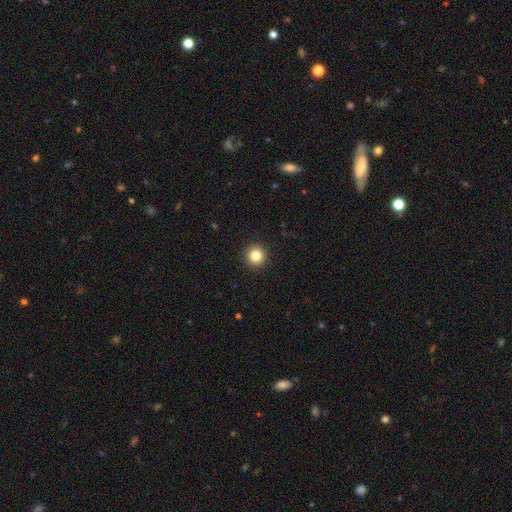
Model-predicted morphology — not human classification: This is clearly a smooth galaxy (83%). How rounded: clearly round (96%). Merging: clearly none (93%).